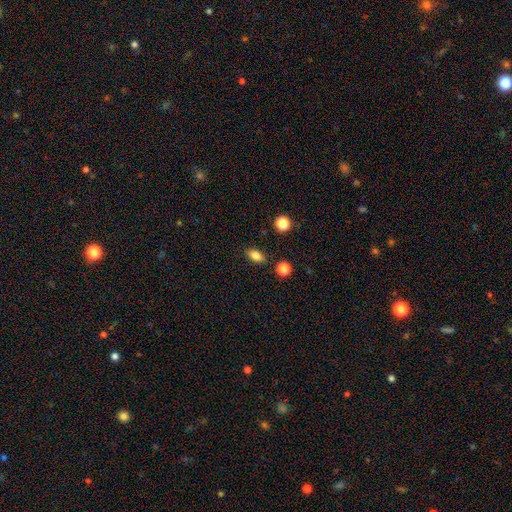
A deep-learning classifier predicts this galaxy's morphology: Smooth or featured? Predicted: smooth (p=0.80). How rounded? Predicted: in between (p=0.81). Merging? Predicted: none (p=0.86).